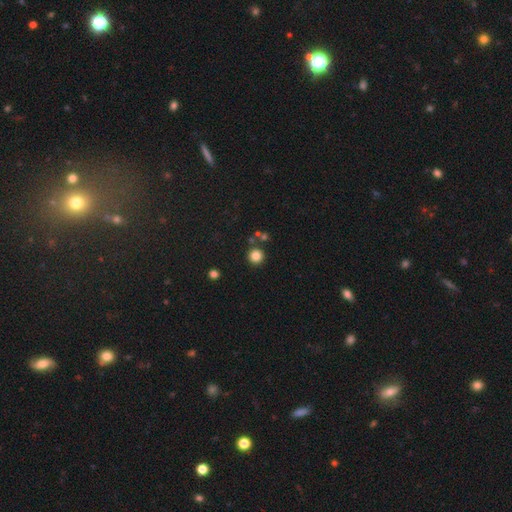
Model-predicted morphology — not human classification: Overall: smooth (83%). How rounded: round (95%). Merging: none (83%).